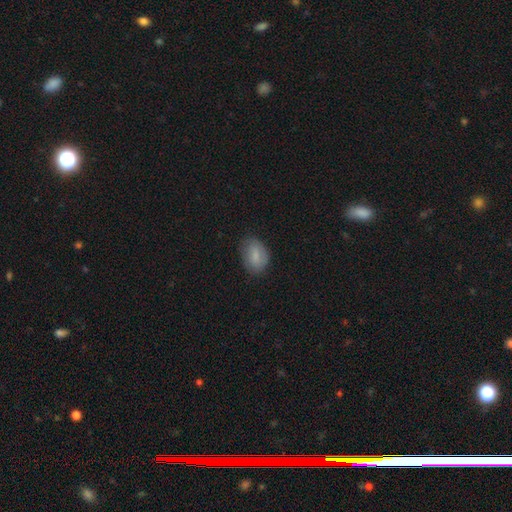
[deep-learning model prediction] A smooth galaxy with no disk features (78%) that is in between round and cigar-shaped (83%).

Vote fractions:
- Smooth or featured? smooth: 78% / featured or disk: 14% / star or artifact: 7%
- How rounded? in between: 83% / round: 15% / cigar-shaped: 2%
- Merging? none: 76% / minor disturbance: 19% / major disturbance: 4% / merger: 1%